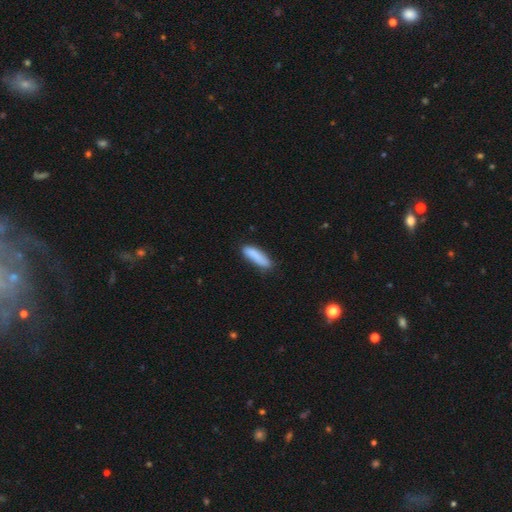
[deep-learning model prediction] Smooth or featured: smooth — 87% (featured or disk — 8%)
How rounded: cigar-shaped — 65% (in between — 34%)
Merging: none — 79% (minor disturbance — 17%)